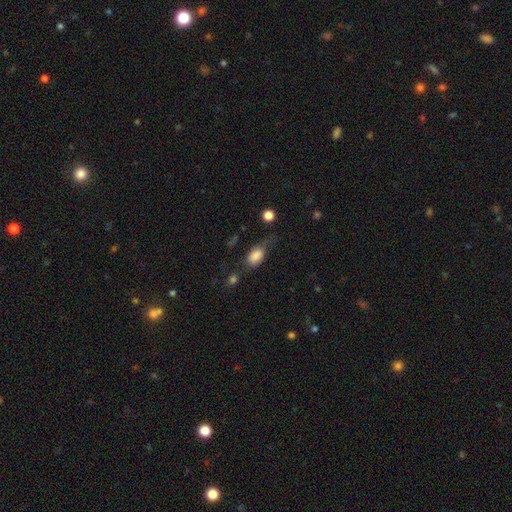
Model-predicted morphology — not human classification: This is likely a smooth galaxy (79%). How rounded: clearly in between (85%). Merging: marginally none (38%).